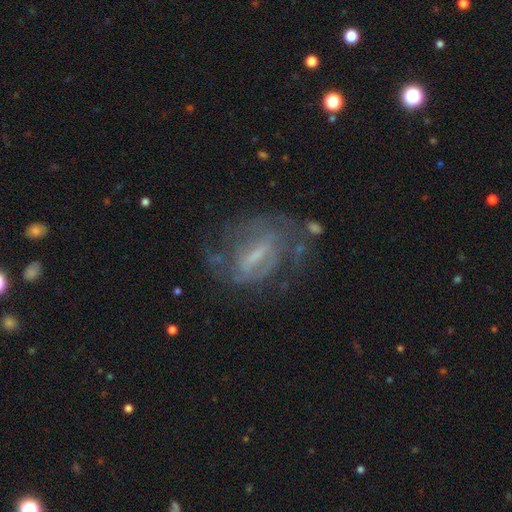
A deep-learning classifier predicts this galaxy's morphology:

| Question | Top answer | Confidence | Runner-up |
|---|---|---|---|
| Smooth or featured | featured or disk | 78% | smooth (13%) |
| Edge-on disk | no | 94% | yes (6%) |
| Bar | weak | 45% | strong (41%) |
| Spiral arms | yes | 81% | no (19%) |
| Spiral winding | tight | 46% | medium (39%) |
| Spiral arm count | can't tell | 41% | 2 (36%) |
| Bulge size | small | 45% | moderate (28%) |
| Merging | none | 55% | minor disturbance (21%) |